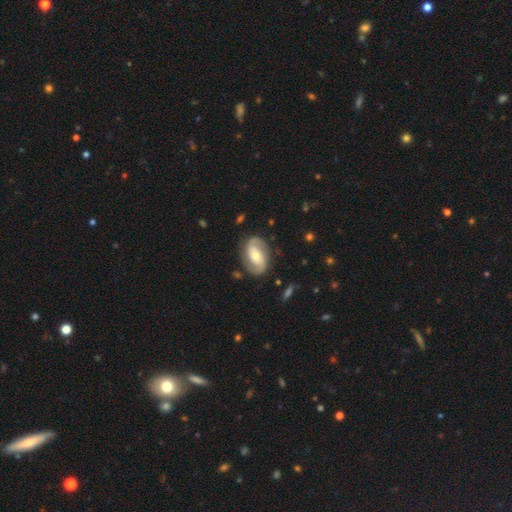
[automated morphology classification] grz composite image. It shows a featured or disk galaxy (77%) with no bar (43%), 2 (89%) medium (43%) spiral arms (89%) and a moderate central bulge (64%). Merging: none (81%).